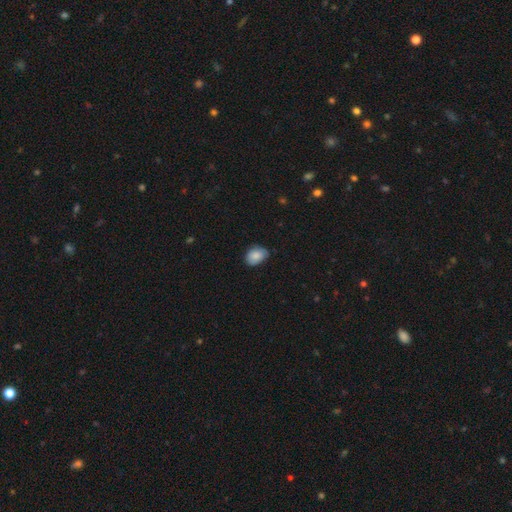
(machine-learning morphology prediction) Smooth or featured?
  - smooth: 84% *
  - featured or disk: 9%
  - star or artifact: 7%
How rounded?
  - in between: 74% *
  - round: 25%
  - cigar-shaped: 1%
Merging?
  - none: 65% *
  - minor disturbance: 29%
  - major disturbance: 4%
  - merger: 1%